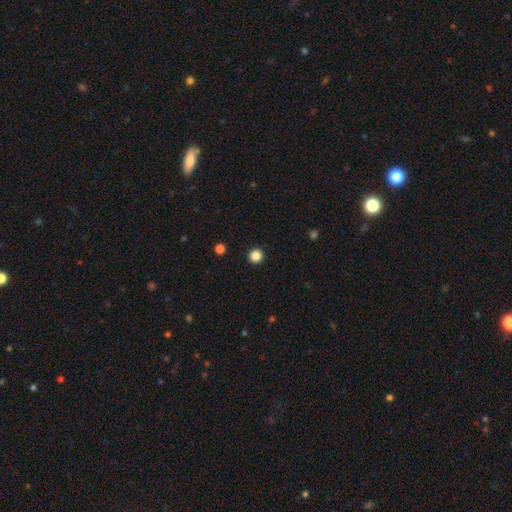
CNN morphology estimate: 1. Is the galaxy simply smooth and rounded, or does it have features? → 86% smooth, 11% star or artifact, 3% featured or disk.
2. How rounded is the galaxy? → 96% round, 3% in between, 1% cigar-shaped.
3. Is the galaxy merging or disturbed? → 94% none, 4% minor disturbance, 1% major disturbance, 1% merger.